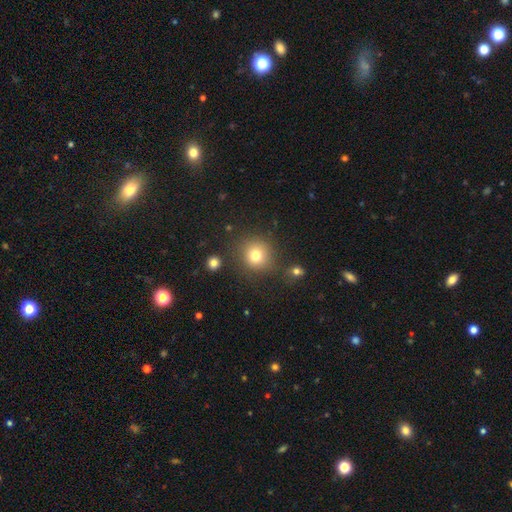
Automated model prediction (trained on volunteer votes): The model was most divided on "smooth or featured": smooth: 76%, star or artifact: 14%, featured or disk: 9%. More confident: how rounded — round (91%); merging — none (84%).